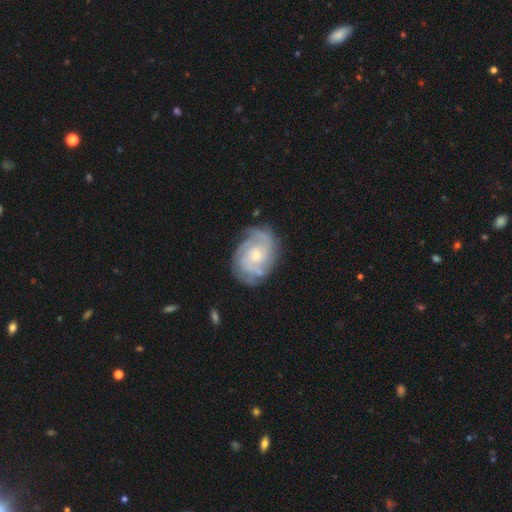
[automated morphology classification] Smooth or featured: featured or disk — 83% (smooth — 11%)
Edge-on disk: no — 97% (yes — 3%)
Bar: no — 73% (weak — 23%)
Spiral arms: yes — 95% (no — 5%)
Spiral winding: tight — 61% (medium — 31%)
Spiral arm count: can't tell — 31% (2 — 25%)
Bulge size: small — 55% (moderate — 41%)
Merging: none — 73% (minor disturbance — 19%)